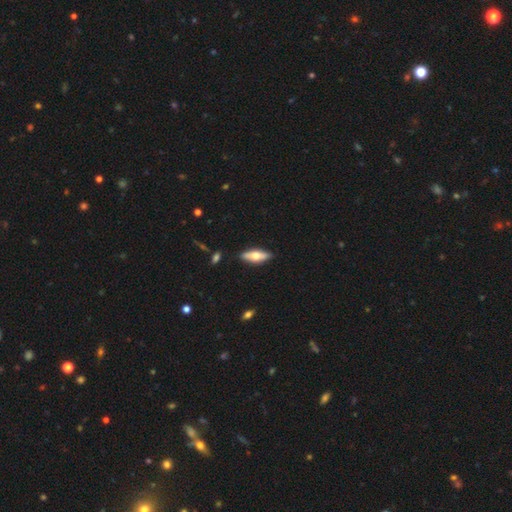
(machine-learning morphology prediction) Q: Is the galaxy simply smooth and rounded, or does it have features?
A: smooth — 54%.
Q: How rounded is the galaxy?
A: in between — 60%.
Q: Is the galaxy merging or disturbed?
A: none — 87%.